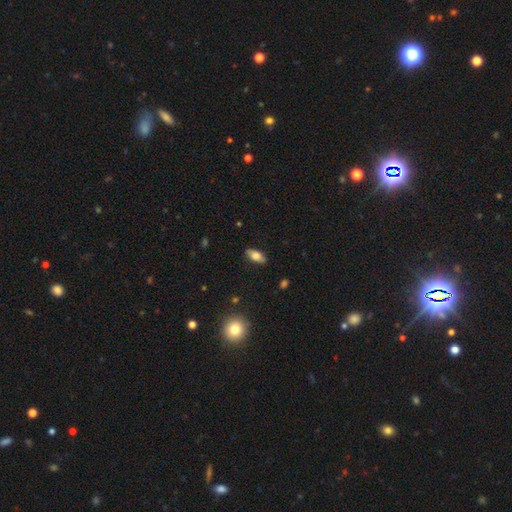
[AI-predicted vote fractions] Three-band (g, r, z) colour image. It shows a smooth galaxy with no disk features (74%) that is in between round and cigar-shaped (86%). Merging: none (84%).